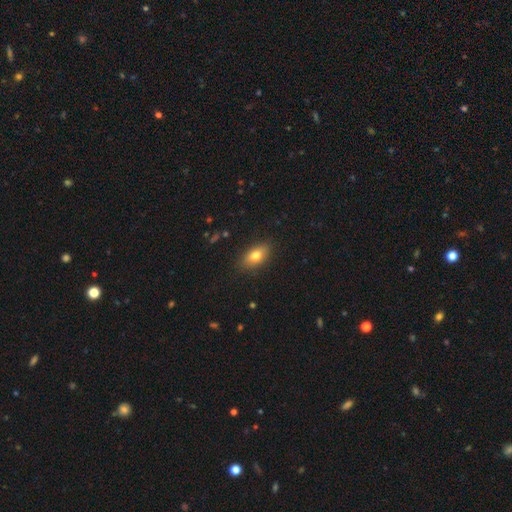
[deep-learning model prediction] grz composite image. It shows a smooth galaxy with no disk features (77%) that is in between round and cigar-shaped (86%). Merging: none (86%).